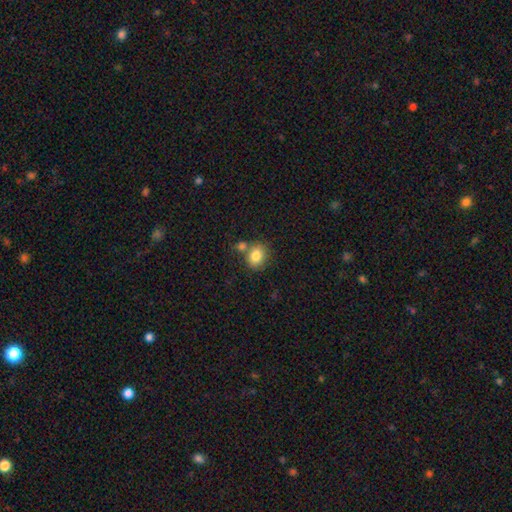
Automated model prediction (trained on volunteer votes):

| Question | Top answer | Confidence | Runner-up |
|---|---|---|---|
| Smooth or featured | smooth | 82% | star or artifact (9%) |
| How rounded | round | 57% | in between (42%) |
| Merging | none | 58% | merger (27%) |